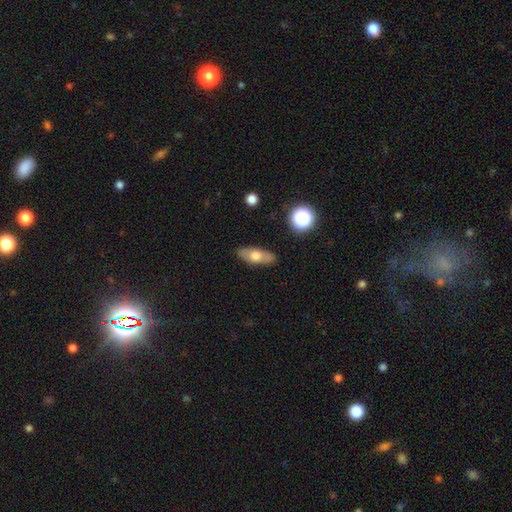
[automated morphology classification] The model was most divided on "smooth or featured": smooth: 59%, featured or disk: 33%, star or artifact: 8%. More confident: merging — none (84%); how rounded — in between (73%).